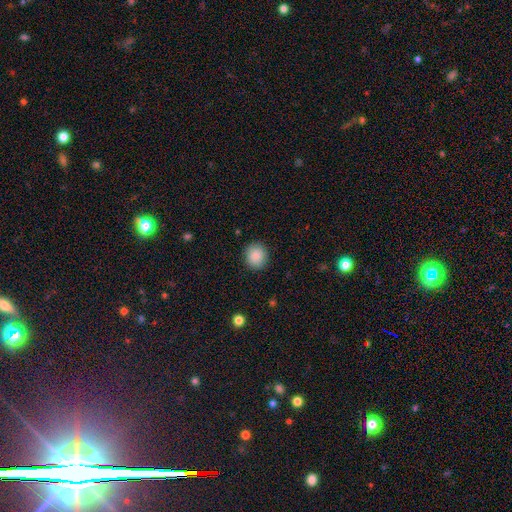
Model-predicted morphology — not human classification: type=smooth (89%); roundness=round (84%); merging=none (89%).